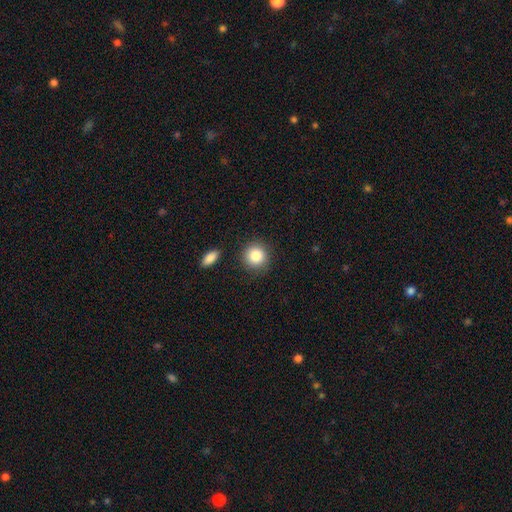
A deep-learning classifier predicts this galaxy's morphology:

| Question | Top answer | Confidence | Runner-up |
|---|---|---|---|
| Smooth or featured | smooth | 86% | star or artifact (9%) |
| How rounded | round | 90% | in between (9%) |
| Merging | none | 85% | minor disturbance (9%) |